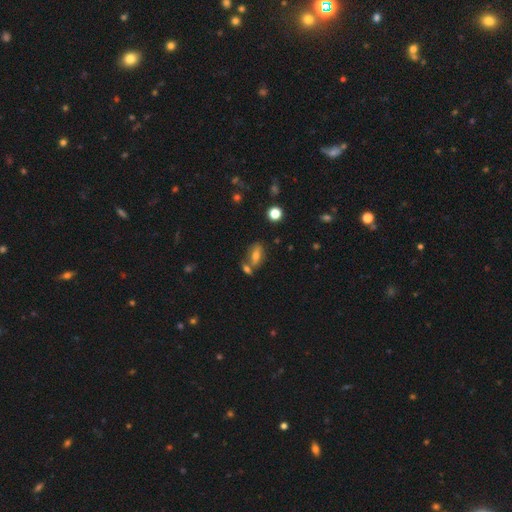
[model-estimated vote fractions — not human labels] Smooth or featured: smooth — 66% (featured or disk — 22%)
How rounded: in between — 80% (cigar-shaped — 12%)
Merging: none — 56% (merger — 27%)